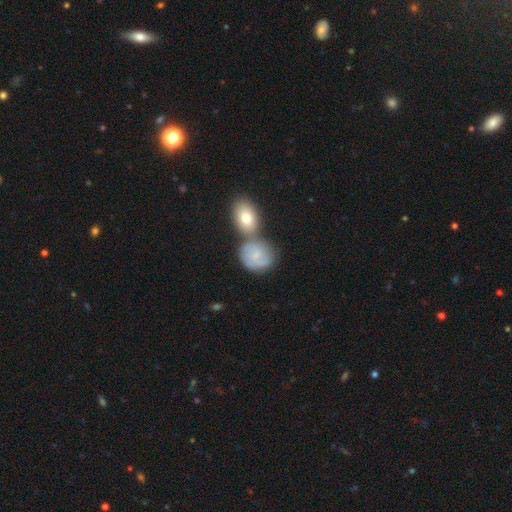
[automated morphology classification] Smooth or featured? smooth (47%)
Merging? none (47%)